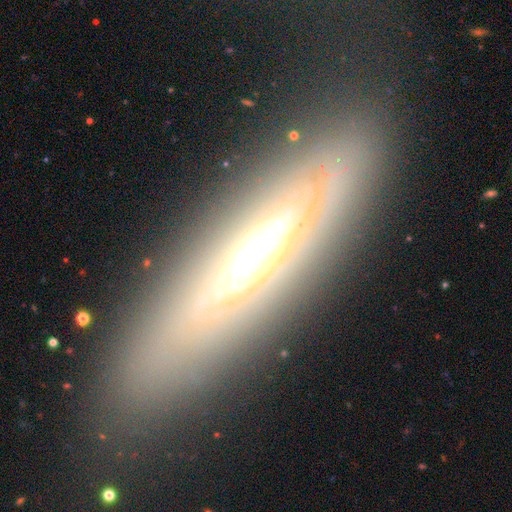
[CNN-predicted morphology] A featured or disk galaxy (75%) viewed edge-on (66%). Merging: none (82%).